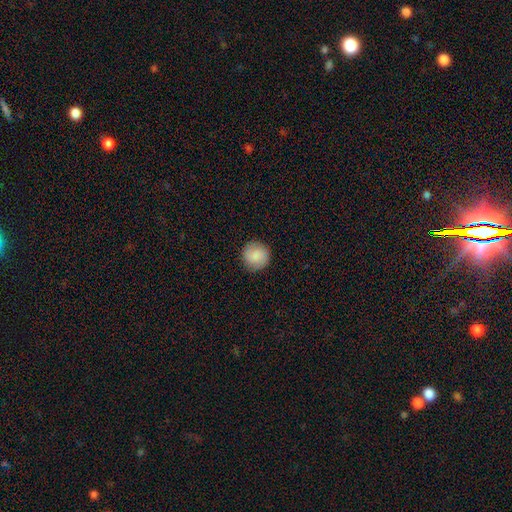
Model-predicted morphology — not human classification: smooth 81%, featured or disk 11%, star or artifact 7%. Down the decision tree: how rounded — round (93%); merging — none (88%).